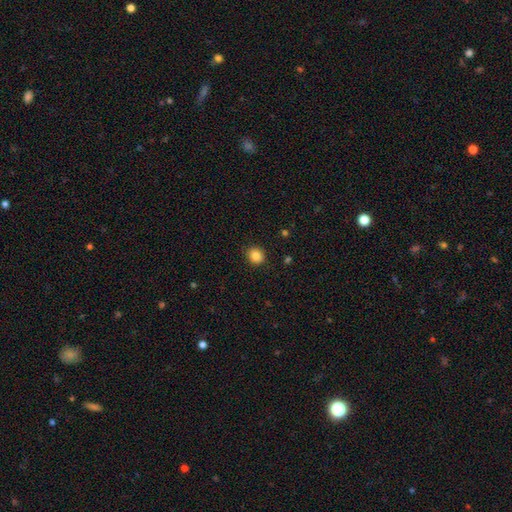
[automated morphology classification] A smooth galaxy with no disk features (86%) that is round (75%). Merging: none (90%).